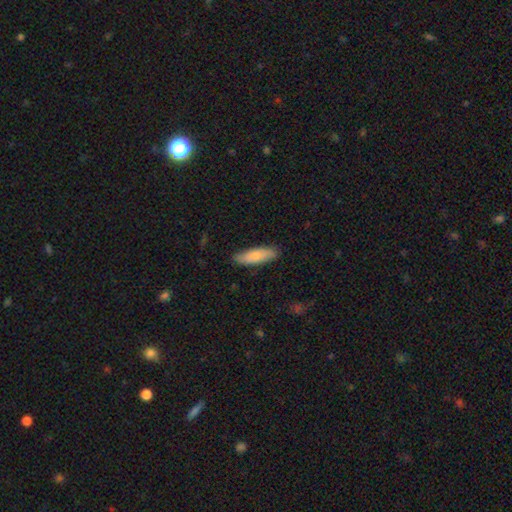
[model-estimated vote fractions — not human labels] Smooth or featured?
  - smooth: 79% *
  - featured or disk: 16%
  - star or artifact: 5%
How rounded?
  - in between: 52% *
  - cigar-shaped: 46%
  - round: 2%
Merging?
  - none: 86% *
  - minor disturbance: 11%
  - major disturbance: 2%
  - merger: 1%